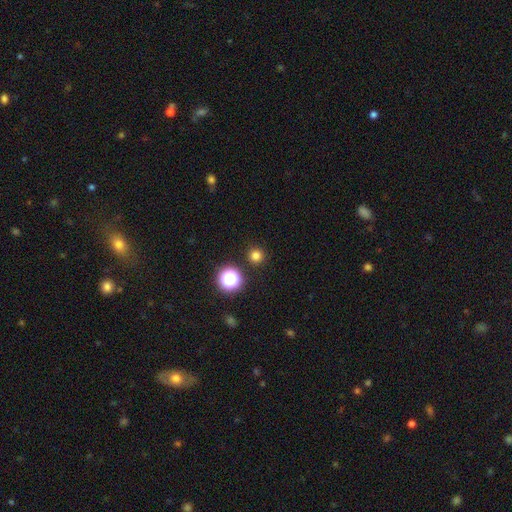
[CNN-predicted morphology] The model was most divided on "smooth or featured": smooth: 77%, star or artifact: 19%, featured or disk: 5%. More confident: how rounded — round (96%); merging — none (91%).